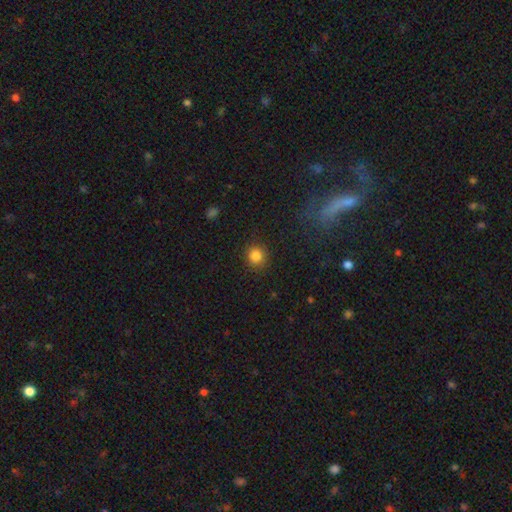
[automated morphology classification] This appears to be a smooth galaxy with no disk features (85%) that is round (90%). Merging: none (88%).